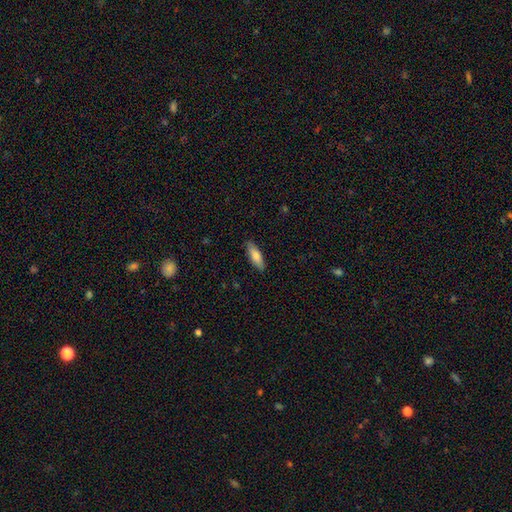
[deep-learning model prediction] The model was most divided on "how rounded": in between: 50%, cigar-shaped: 48%, round: 2%. More confident: merging — none (88%); smooth or featured — smooth (75%).